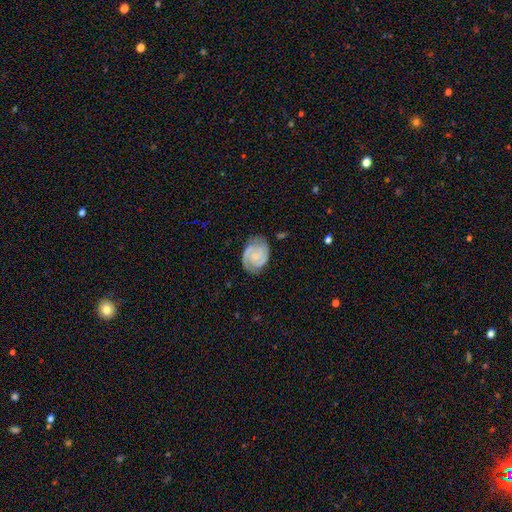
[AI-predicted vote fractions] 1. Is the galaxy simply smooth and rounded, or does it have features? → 79% featured or disk, 15% smooth, 6% star or artifact.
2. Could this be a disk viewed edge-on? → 98% no, 2% yes.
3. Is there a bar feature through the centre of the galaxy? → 58% no, 35% weak, 7% strong.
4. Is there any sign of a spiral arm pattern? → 96% yes, 4% no.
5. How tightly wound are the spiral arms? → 56% tight, 37% medium, 7% loose.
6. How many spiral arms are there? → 82% 2, 7% can't tell, 6% 3, 2% 1, 2% 4, 2% more than 4.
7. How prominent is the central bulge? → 42% small, 37% none, 18% moderate, 3% large, 1% dominant.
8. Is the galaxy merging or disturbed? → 75% none, 18% minor disturbance, 5% major disturbance, 2% merger.